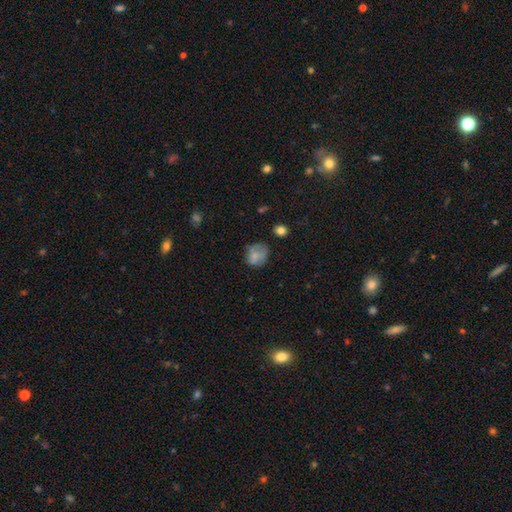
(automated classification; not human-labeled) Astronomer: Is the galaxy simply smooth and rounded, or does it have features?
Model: smooth — 71%.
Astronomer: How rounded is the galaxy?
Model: round — 65%.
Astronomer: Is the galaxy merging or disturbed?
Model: none — 54%.